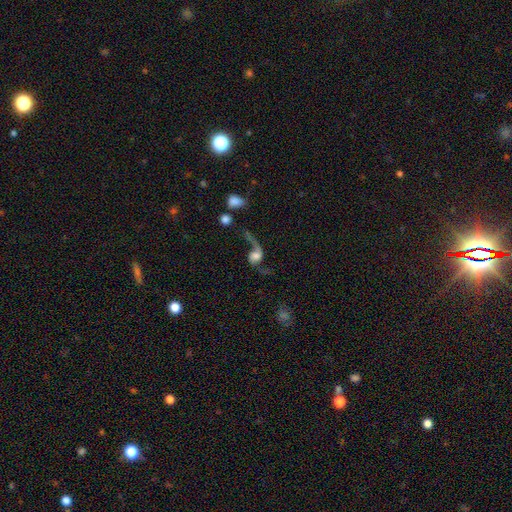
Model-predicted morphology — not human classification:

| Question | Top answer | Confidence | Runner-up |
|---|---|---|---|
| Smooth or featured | featured or disk | 70% | smooth (20%) |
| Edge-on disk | no | 95% | yes (5%) |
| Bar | no | 66% | weak (26%) |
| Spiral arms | yes | 89% | no (11%) |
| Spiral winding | loose | 90% | medium (8%) |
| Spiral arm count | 2 | 66% | 1 (30%) |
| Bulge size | moderate | 33% | large (30%) |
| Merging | major disturbance | 38% | none (35%) |